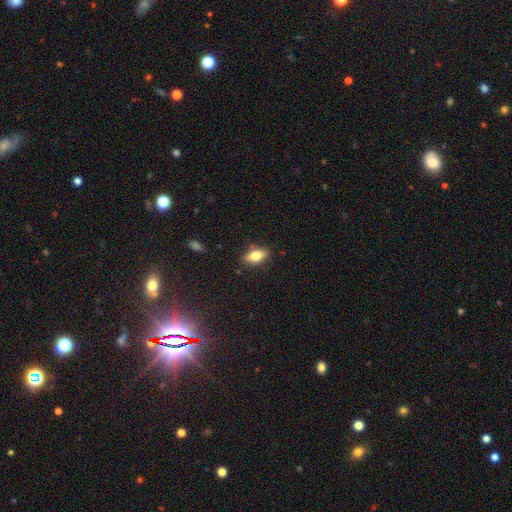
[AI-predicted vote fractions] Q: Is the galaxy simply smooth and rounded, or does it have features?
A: smooth — 73%.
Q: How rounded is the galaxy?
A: in between — 85%.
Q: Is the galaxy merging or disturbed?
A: none — 84%.